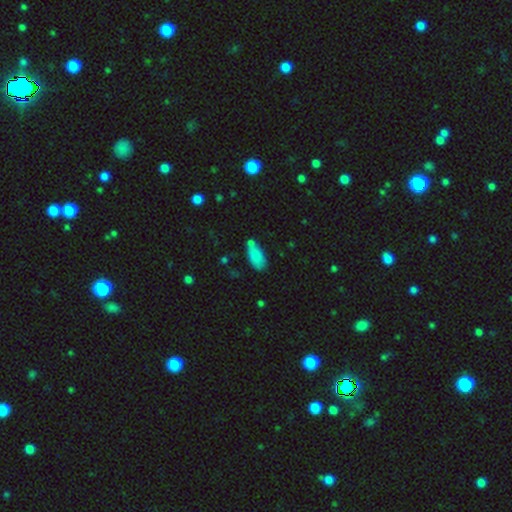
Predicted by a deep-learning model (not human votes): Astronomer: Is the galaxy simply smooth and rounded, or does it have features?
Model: smooth — 83%.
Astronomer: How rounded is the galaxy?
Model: in between — 89%.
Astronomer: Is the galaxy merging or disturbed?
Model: none — 55%.